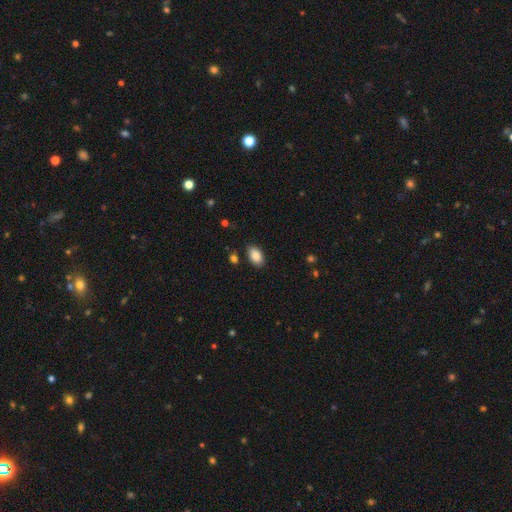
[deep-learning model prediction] Q: Smooth or featured?
A: smooth (88%); runner-up: star or artifact (8%)
Q: How rounded?
A: in between (92%); runner-up: round (7%)
Q: Merging?
A: none (86%); runner-up: minor disturbance (10%)